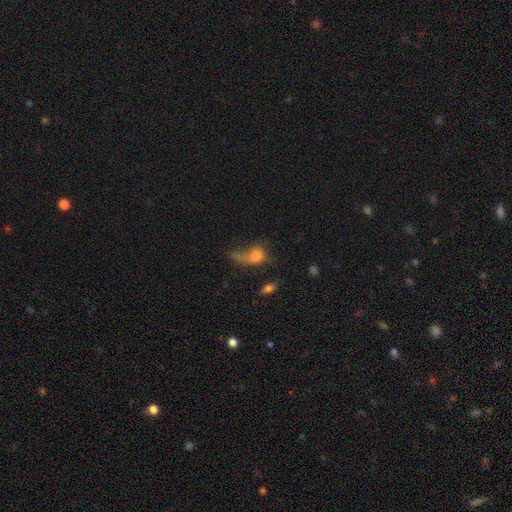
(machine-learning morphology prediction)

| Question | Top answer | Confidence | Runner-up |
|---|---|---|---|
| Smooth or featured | smooth | 60% | featured or disk (26%) |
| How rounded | in between | 57% | round (37%) |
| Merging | major disturbance | 48% | none (22%) |